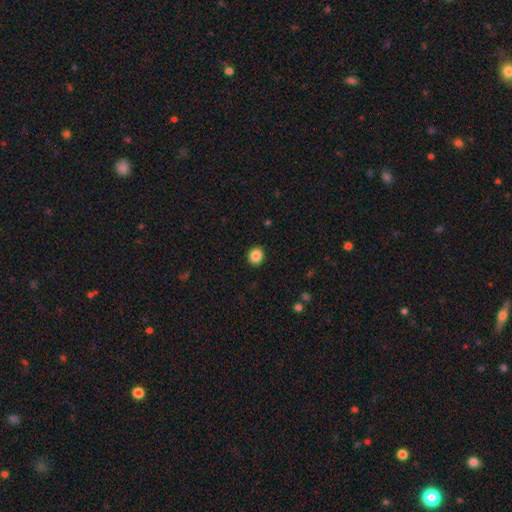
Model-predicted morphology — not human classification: A smooth galaxy with no disk features (86%) that is round (82%). Merging: none (92%).